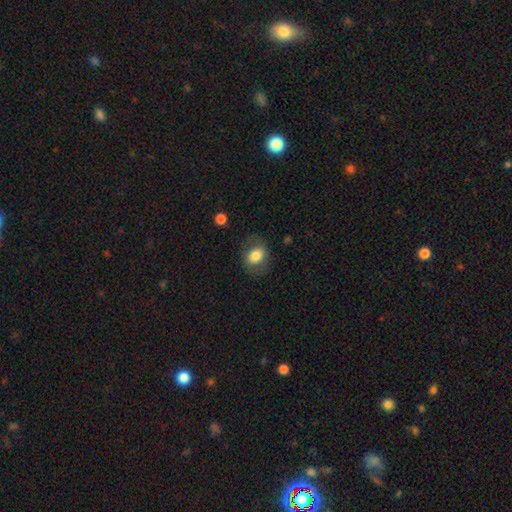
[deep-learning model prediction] A smooth galaxy with no disk features (76%) that is in between round and cigar-shaped (61%). Merging: none (75%).